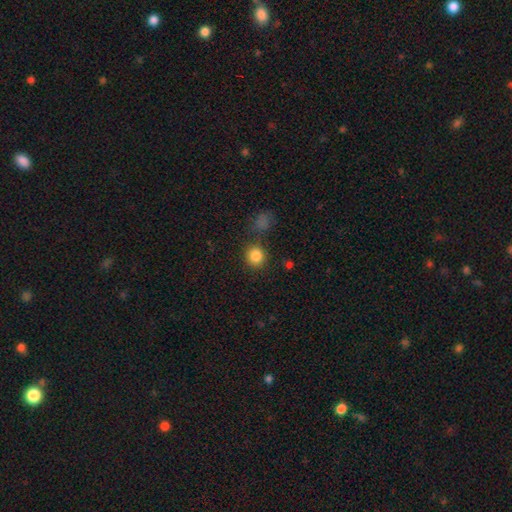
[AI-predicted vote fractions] Overall: smooth (85%). How rounded: round (88%). Merging: none (82%).